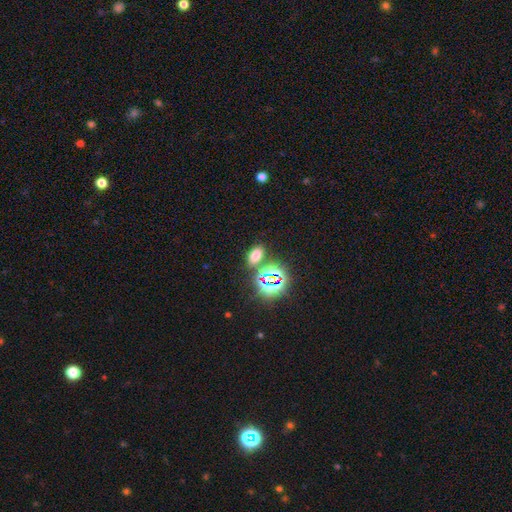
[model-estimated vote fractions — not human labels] The model was most divided on "smooth or featured": smooth: 64%, star or artifact: 30%, featured or disk: 7%. More confident: how rounded — in between (85%); merging — none (76%).